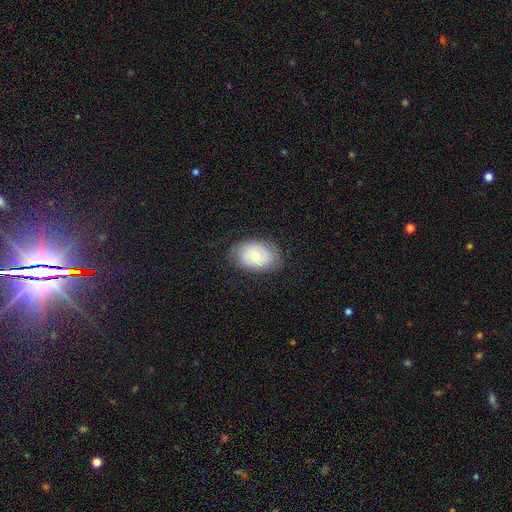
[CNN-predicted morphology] Smooth or featured? Predicted: featured or disk (p=0.47). Merging? Predicted: none (p=0.79).